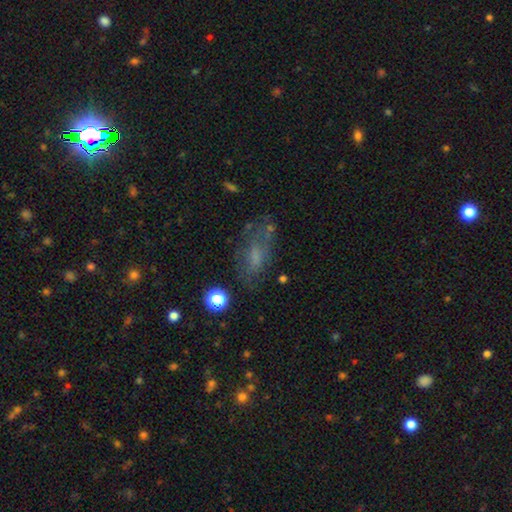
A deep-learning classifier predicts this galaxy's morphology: This is possibly a smooth galaxy (47%). Merging: possibly none (55%).